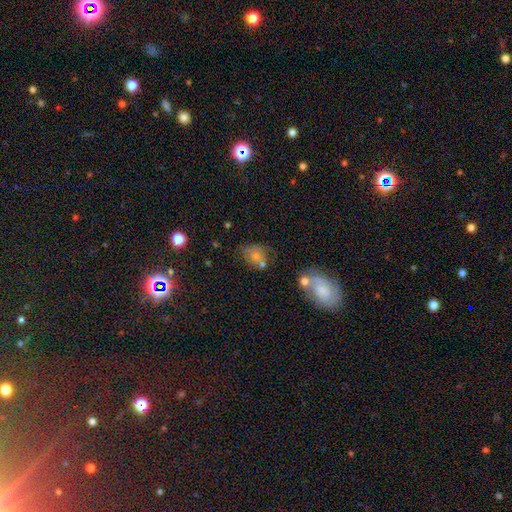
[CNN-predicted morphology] The model was most divided on "how rounded": round: 52%, in between: 46%, cigar-shaped: 2%. More confident: merging — none (53%); smooth or featured — smooth (51%).